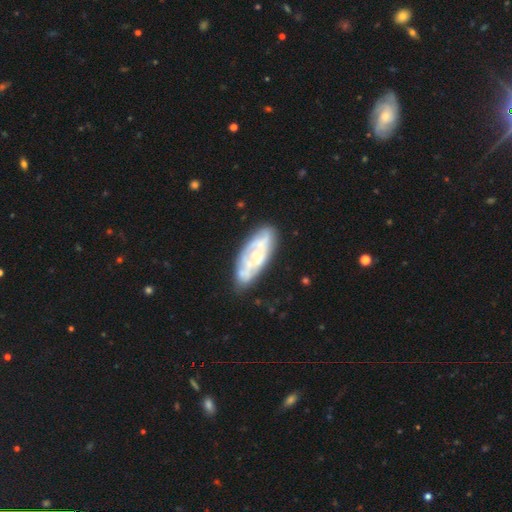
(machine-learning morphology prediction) Smooth or featured? Predicted: featured or disk (p=0.67). Edge-on disk? Predicted: no (p=0.87). Bar? Predicted: no (p=0.76). Spiral arms? Predicted: yes (p=0.59). Bulge size? Predicted: small (p=0.53). Merging? Predicted: none (p=0.70).